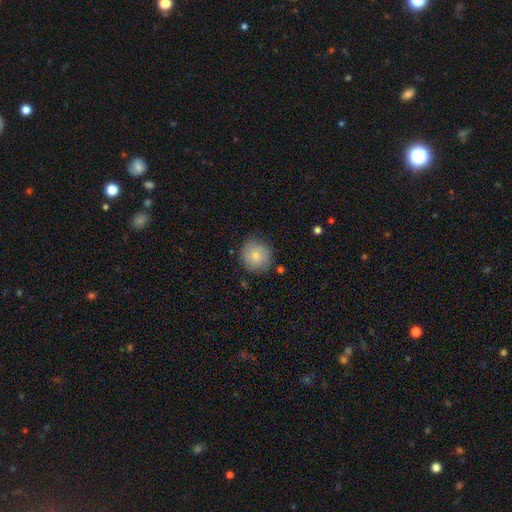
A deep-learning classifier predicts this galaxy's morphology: smooth 78%, featured or disk 15%, star or artifact 7%. Down the decision tree: how rounded — round (92%); merging — none (82%).